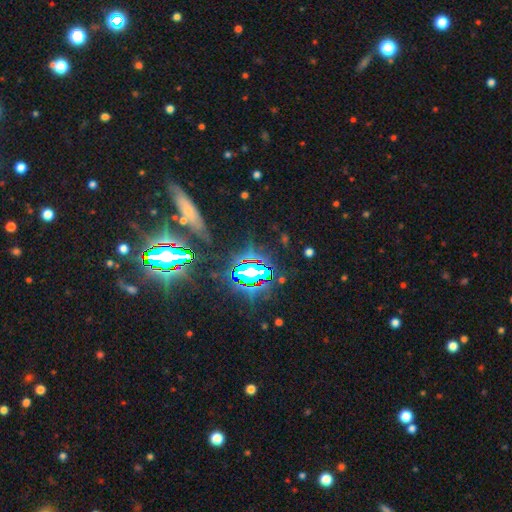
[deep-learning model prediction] Q: Smooth or featured?
A: star or artifact (81%); runner-up: smooth (9%)